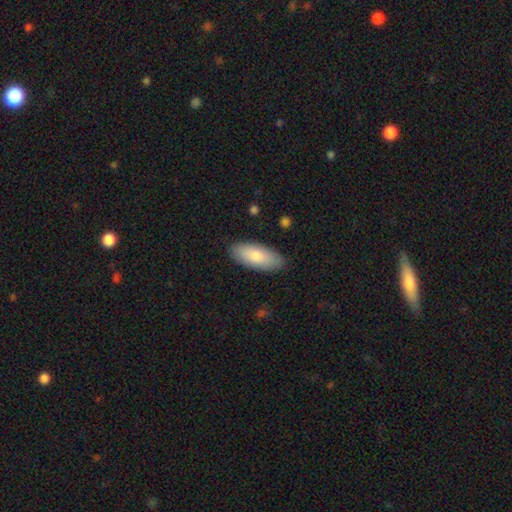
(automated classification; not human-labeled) Smooth or featured?
  - smooth: 81% *
  - featured or disk: 13%
  - star or artifact: 5%
How rounded?
  - in between: 84% *
  - cigar-shaped: 14%
  - round: 2%
Merging?
  - none: 87% *
  - minor disturbance: 10%
  - major disturbance: 2%
  - merger: 1%